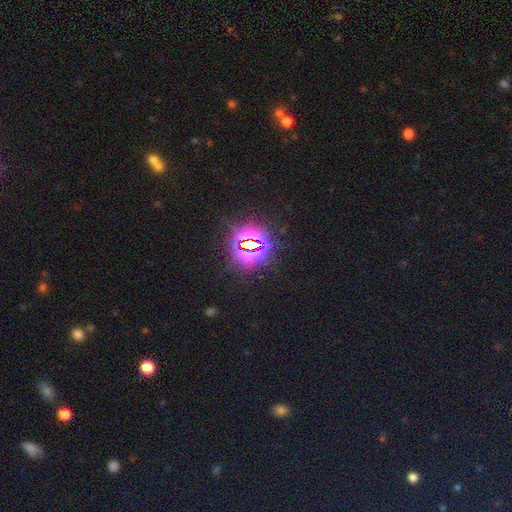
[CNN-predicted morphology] Smooth or featured?
  - star or artifact: 81% *
  - smooth: 13%
  - featured or disk: 6%